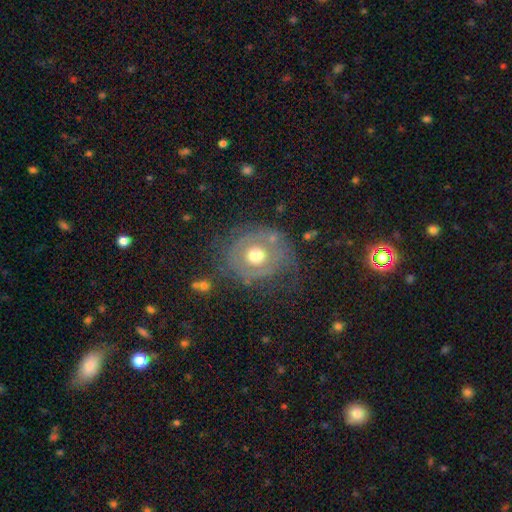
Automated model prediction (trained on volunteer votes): Smooth or featured: featured or disk — 57% (smooth — 35%)
Edge-on disk: no — 95% (yes — 5%)
Bar: no — 88% (weak — 9%)
Spiral arms: no — 61% (yes — 39%)
Bulge size: moderate — 71% (large — 14%)
Merging: none — 61% (minor disturbance — 20%)